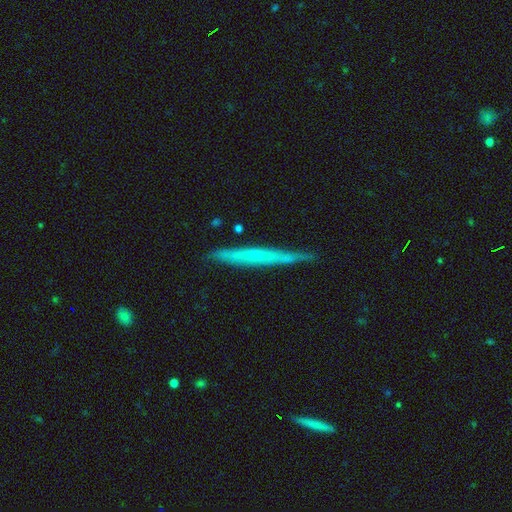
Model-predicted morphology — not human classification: A featured or disk galaxy (52%) viewed edge-on (95%). Merging: none (82%).